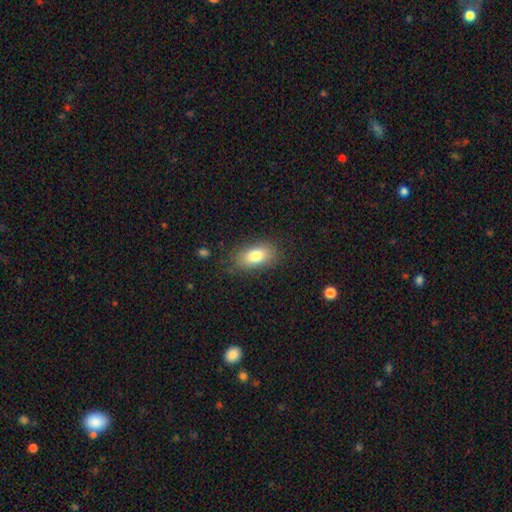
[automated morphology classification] smooth-or-featured: smooth: 81% | featured or disk: 12% | star or artifact: 8%
  how-rounded: in between: 89% | round: 6% | cigar-shaped: 5%
  merging: none: 81% | minor disturbance: 14% | major disturbance: 4% | merger: 1%